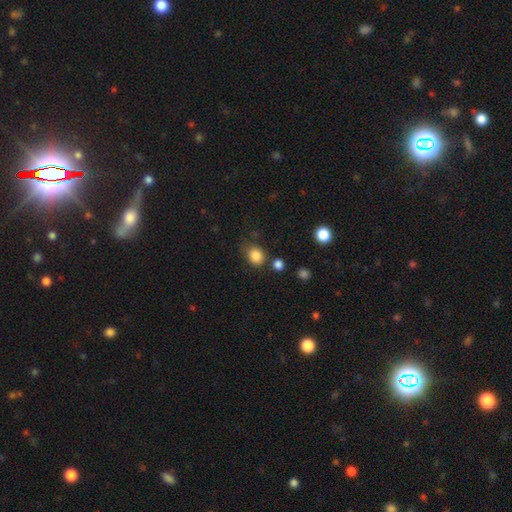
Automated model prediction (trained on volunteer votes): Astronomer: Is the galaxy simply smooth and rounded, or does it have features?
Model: smooth — 85%.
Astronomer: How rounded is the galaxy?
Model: round — 68%.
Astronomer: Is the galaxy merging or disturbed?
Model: none — 69%.